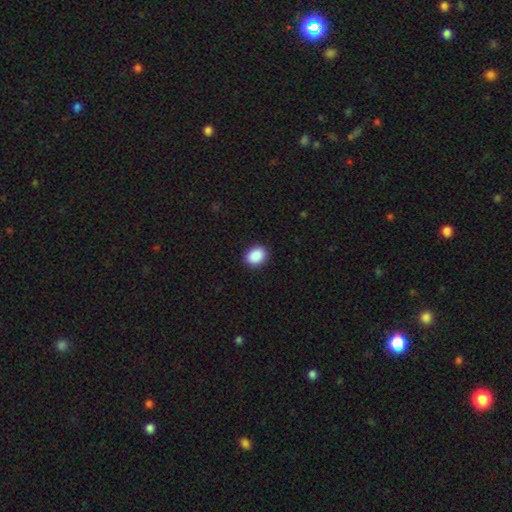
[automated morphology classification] Q: Smooth or featured?
A: smooth (90%); runner-up: star or artifact (8%)
Q: How rounded?
A: in between (63%); runner-up: round (36%)
Q: Merging?
A: none (91%); runner-up: minor disturbance (7%)